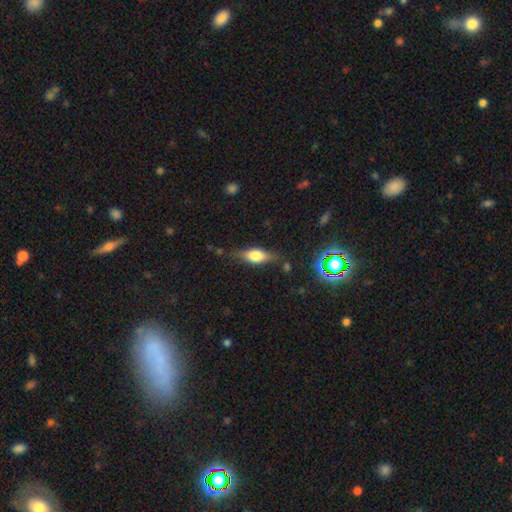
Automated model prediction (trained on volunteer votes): Q: Smooth or featured?
A: smooth (56%); runner-up: featured or disk (34%)
Q: How rounded?
A: in between (69%); runner-up: cigar-shaped (26%)
Q: Merging?
A: none (75%); runner-up: minor disturbance (18%)